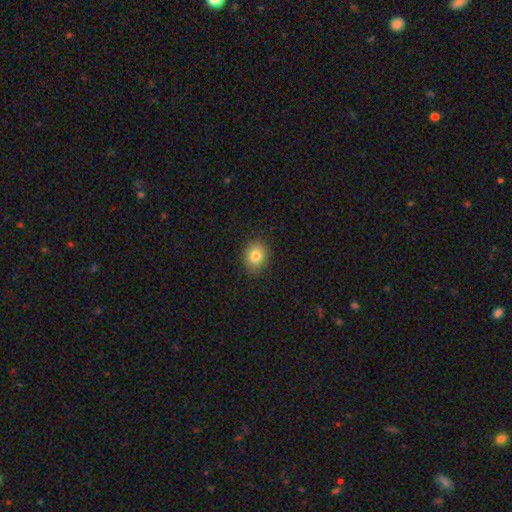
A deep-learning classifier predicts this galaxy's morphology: smooth_or_featured: smooth (p=0.82) [alt: star or artifact p=0.10]
how_rounded: round (p=0.61) [alt: in between p=0.39]
merging: none (p=0.87) [alt: minor disturbance p=0.09]